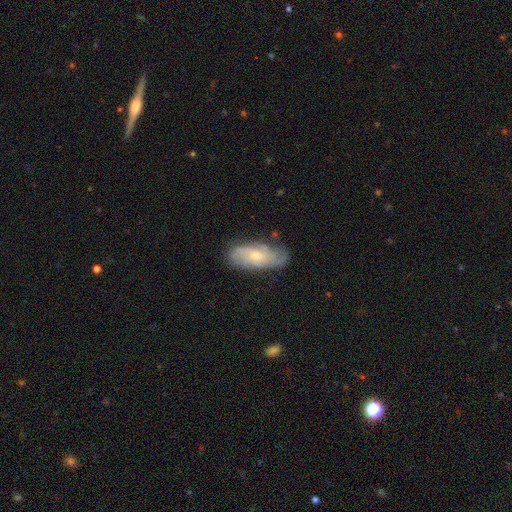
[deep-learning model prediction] The model was most divided on "spiral winding": tight: 42%, medium: 40%, loose: 18%. Remaining: edge-on disk — no (91%); spiral arms — yes (88%); merging — none (70%); bar — no (69%); smooth or featured — featured or disk (64%); bulge size — small (60%); spiral arm count — can't tell (40%).